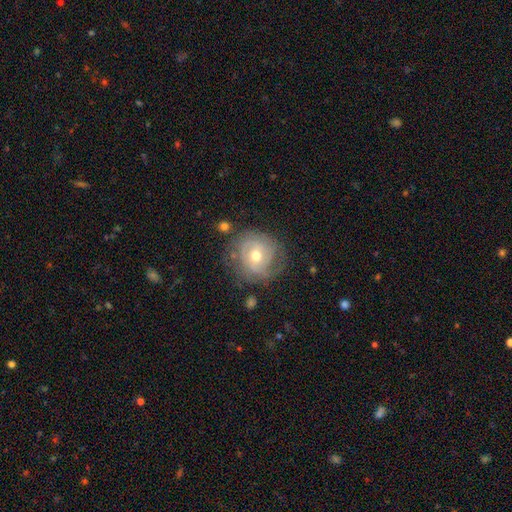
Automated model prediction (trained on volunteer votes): featured or disk 70%, smooth 23%, star or artifact 7%. Down the decision tree: edge-on disk — no (97%); bar — no (64%); spiral arms — yes (83%); spiral arm count — can't tell (37%); spiral winding — tight (63%); bulge size — moderate (73%); merging — none (70%).